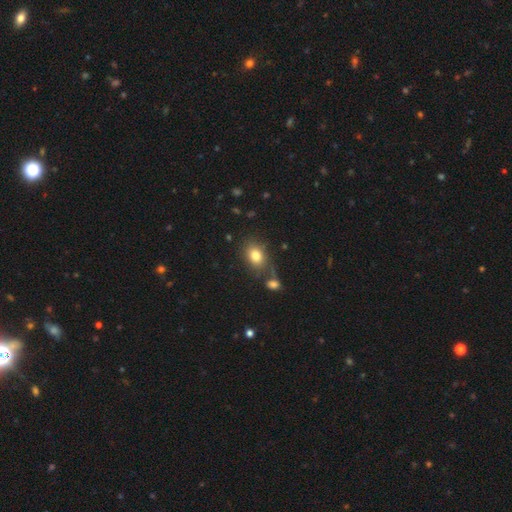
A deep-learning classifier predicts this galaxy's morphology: type=smooth (81%); roundness=in between (69%); merging=none (69%).